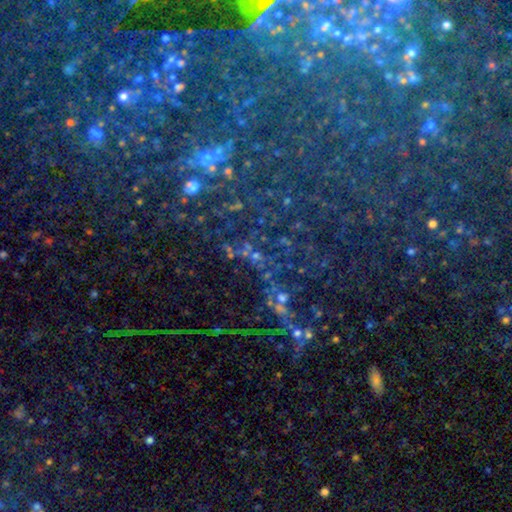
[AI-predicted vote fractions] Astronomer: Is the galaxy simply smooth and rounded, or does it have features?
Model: star or artifact — 73%.